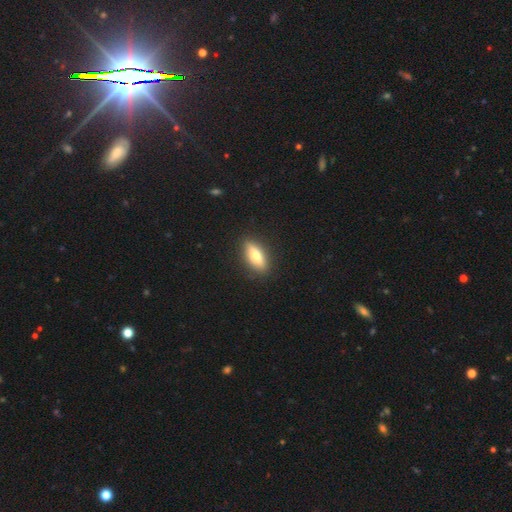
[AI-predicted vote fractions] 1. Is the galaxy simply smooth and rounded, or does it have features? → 63% smooth, 30% featured or disk, 6% star or artifact.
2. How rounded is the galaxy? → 59% in between, 38% cigar-shaped, 3% round.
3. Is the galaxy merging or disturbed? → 88% none, 9% minor disturbance, 2% major disturbance, 1% merger.